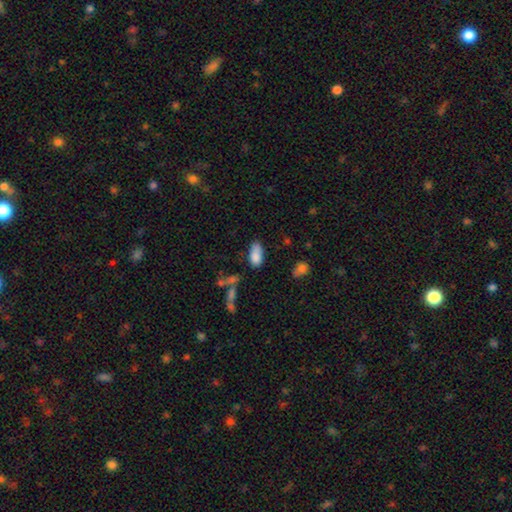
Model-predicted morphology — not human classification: This is clearly a smooth galaxy (84%). How rounded: clearly in between (90%). Merging: possibly none (58%).